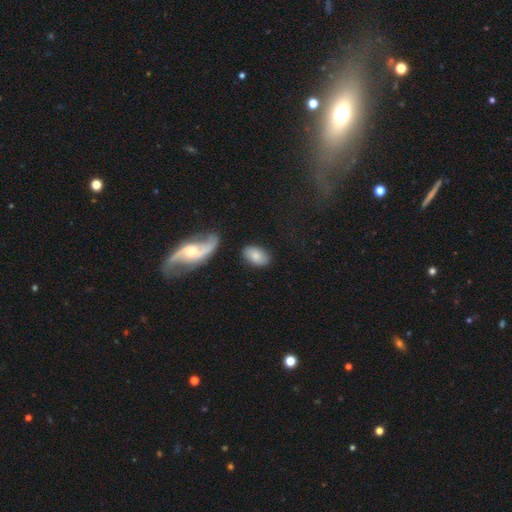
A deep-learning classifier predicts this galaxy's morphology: Q: Smooth or featured?
A: smooth (77%); runner-up: featured or disk (15%)
Q: How rounded?
A: in between (92%); runner-up: round (6%)
Q: Merging?
A: none (77%); runner-up: minor disturbance (13%)